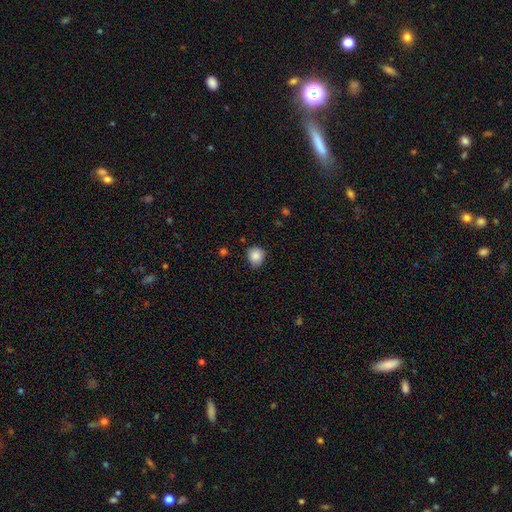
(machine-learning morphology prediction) The model was most divided on "how rounded": round: 80%, in between: 20%, cigar-shaped: 1%. More confident: smooth or featured — smooth (87%); merging — none (81%).